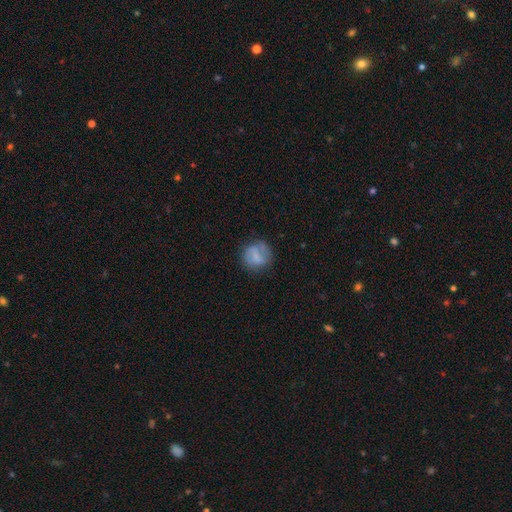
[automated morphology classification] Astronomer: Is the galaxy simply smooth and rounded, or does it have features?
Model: smooth — 63%.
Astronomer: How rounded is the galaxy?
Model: round — 83%.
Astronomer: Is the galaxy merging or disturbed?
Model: none — 67%.